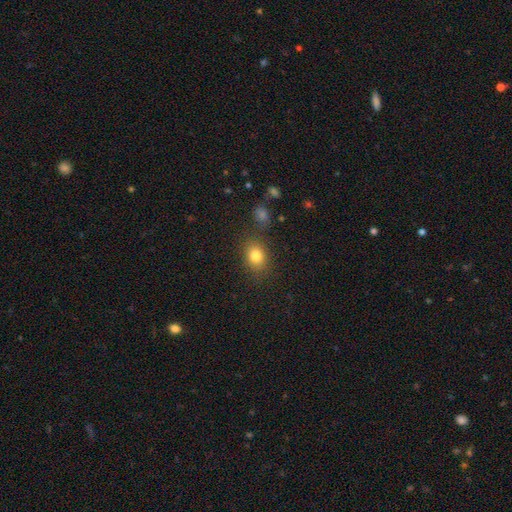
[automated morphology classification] smooth_or_featured: smooth (p=0.81) [alt: star or artifact p=0.12]
how_rounded: in between (p=0.52) [alt: round p=0.47]
merging: none (p=0.79) [alt: minor disturbance p=0.12]